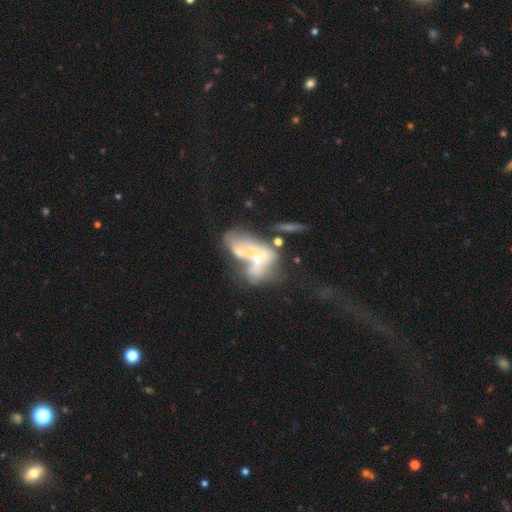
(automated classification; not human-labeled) The model was most divided on "bulge size": small: 35%, moderate: 34%, none: 24%, large: 5%, dominant: 2%. More confident: edge-on disk — no (91%); spiral arms — no (84%); bar — no (82%); smooth or featured — featured or disk (59%); merging — merger (58%).